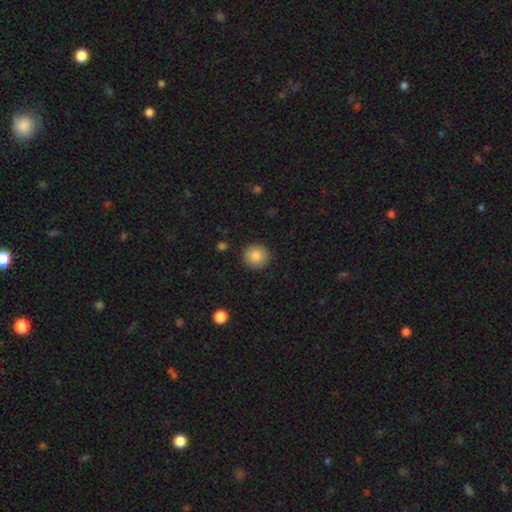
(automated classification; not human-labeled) smooth_or_featured: smooth (p=0.86) [alt: star or artifact p=0.09]
how_rounded: round (p=0.92) [alt: in between p=0.07]
merging: none (p=0.91) [alt: minor disturbance p=0.06]